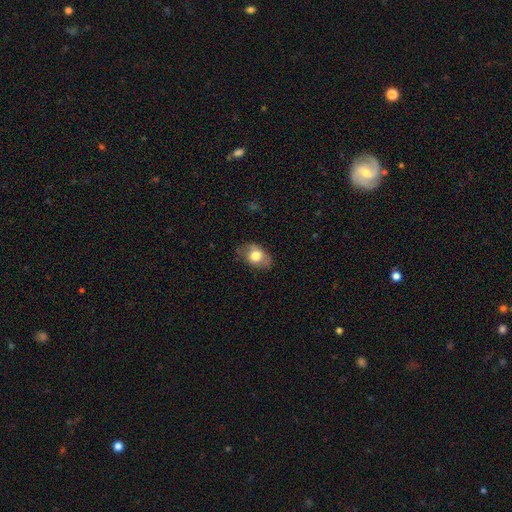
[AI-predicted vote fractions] Smooth or featured? Predicted: smooth (p=0.74). How rounded? Predicted: in between (p=0.80). Merging? Predicted: none (p=0.72).